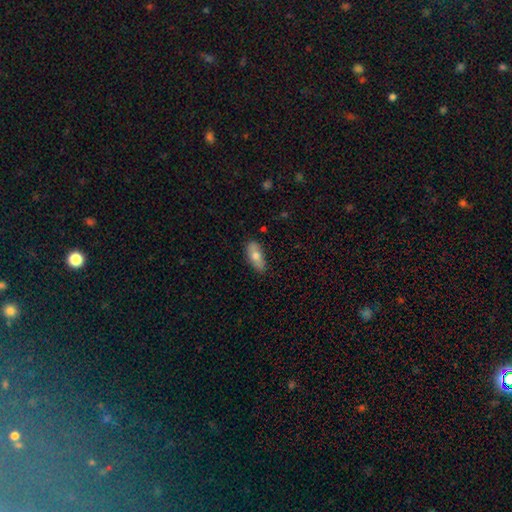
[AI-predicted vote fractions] smooth 70%, featured or disk 24%, star or artifact 6%. Down the decision tree: how rounded — in between (79%); merging — none (82%).